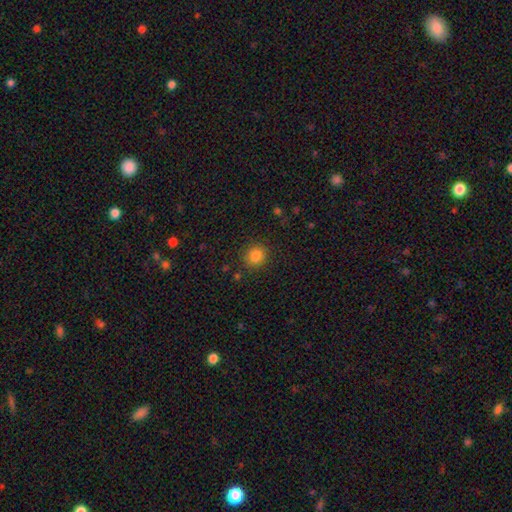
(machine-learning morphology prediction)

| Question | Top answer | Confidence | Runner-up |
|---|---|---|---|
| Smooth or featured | smooth | 84% | star or artifact (11%) |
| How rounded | round | 87% | in between (12%) |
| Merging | none | 88% | minor disturbance (8%) |